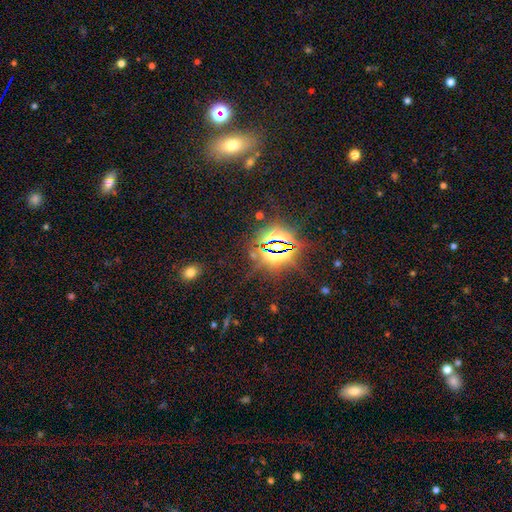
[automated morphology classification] Q: Smooth or featured?
A: star or artifact (81%); runner-up: smooth (10%)